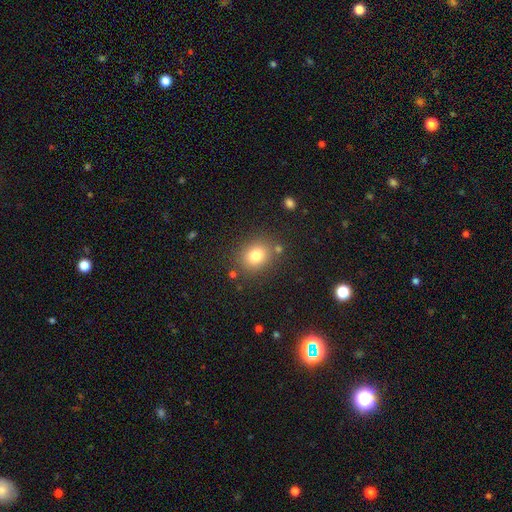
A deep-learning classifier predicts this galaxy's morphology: A smooth galaxy with no disk features (78%) that is round (62%). Merging: none (82%).